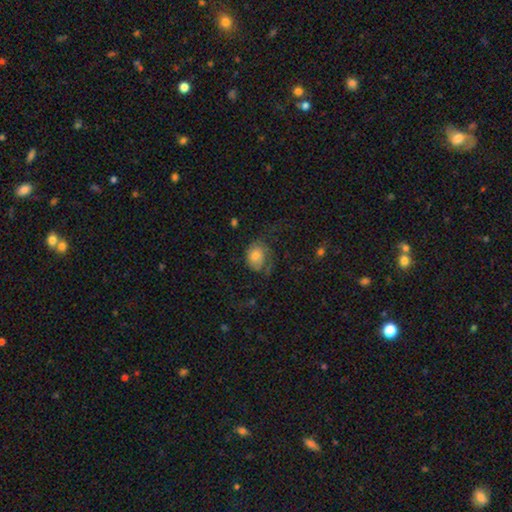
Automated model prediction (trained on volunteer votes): This is possibly a smooth galaxy (58%). How rounded: possibly in between (55%). Merging: marginally none (41%).